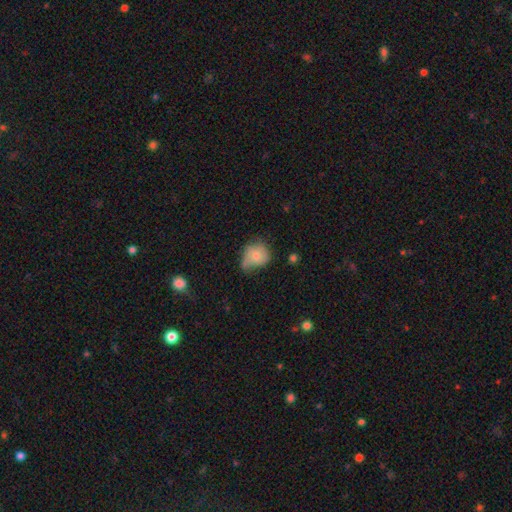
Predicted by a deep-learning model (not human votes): A smooth galaxy with no disk features (73%) that is round (67%). Merging: minor disturbance (39%).